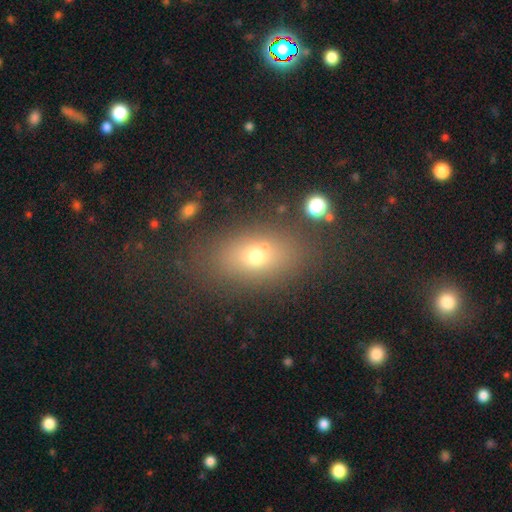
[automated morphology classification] A smooth galaxy with no disk features (65%) that is in between round and cigar-shaped (75%).

Vote fractions:
- Smooth or featured? smooth: 65% / featured or disk: 19% / star or artifact: 16%
- How rounded? in between: 75% / round: 22% / cigar-shaped: 4%
- Merging? none: 71% / minor disturbance: 12% / merger: 10% / major disturbance: 7%